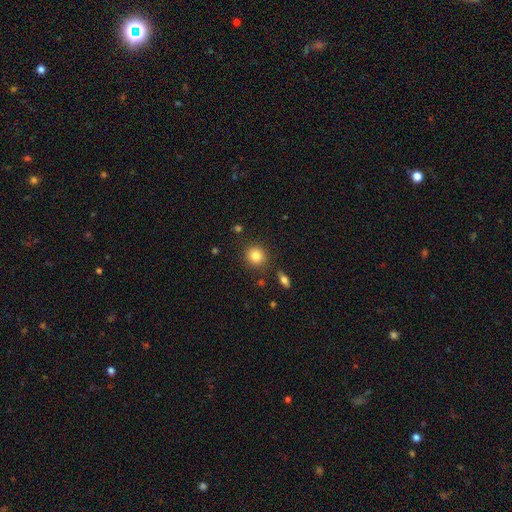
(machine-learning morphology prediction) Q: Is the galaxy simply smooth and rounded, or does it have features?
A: smooth — 83%.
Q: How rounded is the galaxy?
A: round — 87%.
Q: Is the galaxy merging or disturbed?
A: none — 86%.